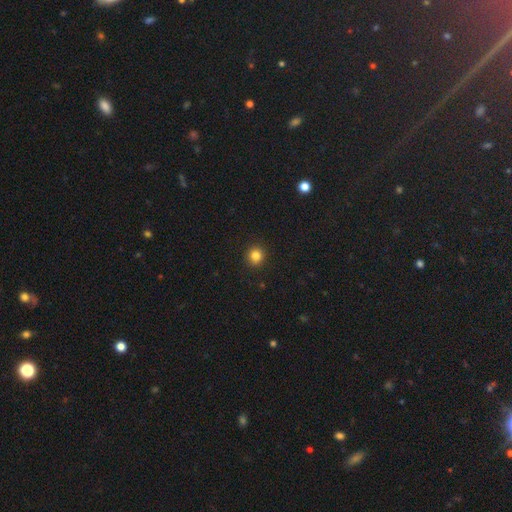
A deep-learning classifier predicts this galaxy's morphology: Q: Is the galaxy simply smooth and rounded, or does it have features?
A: smooth — 83%.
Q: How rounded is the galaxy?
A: round — 90%.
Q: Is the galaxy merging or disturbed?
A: none — 92%.